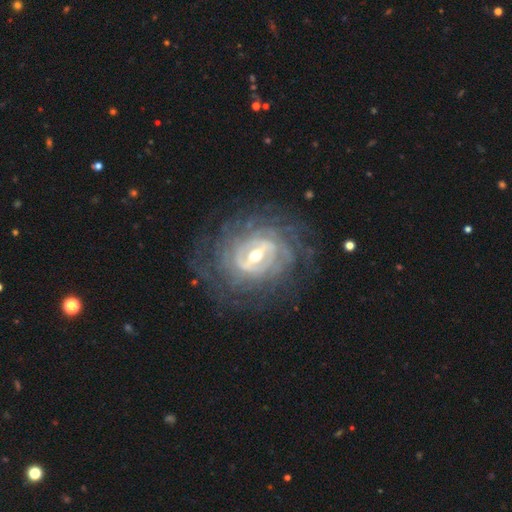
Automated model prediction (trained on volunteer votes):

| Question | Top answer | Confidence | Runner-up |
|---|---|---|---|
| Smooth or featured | featured or disk | 91% | star or artifact (5%) |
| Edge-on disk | no | 95% | yes (5%) |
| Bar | strong | 58% | weak (33%) |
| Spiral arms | yes | 93% | no (7%) |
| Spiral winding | tight | 77% | medium (18%) |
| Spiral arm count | can't tell | 42% | more than 4 (17%) |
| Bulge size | moderate | 58% | small (35%) |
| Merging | none | 77% | minor disturbance (13%) |